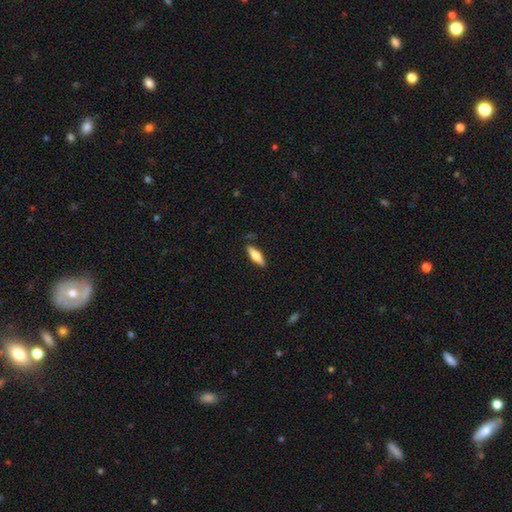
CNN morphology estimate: smooth_or_featured: smooth (p=0.61) [alt: featured or disk p=0.33]
how_rounded: in between (p=0.49) [tied with: cigar-shaped p=0.49]
merging: none (p=0.85) [alt: minor disturbance p=0.11]